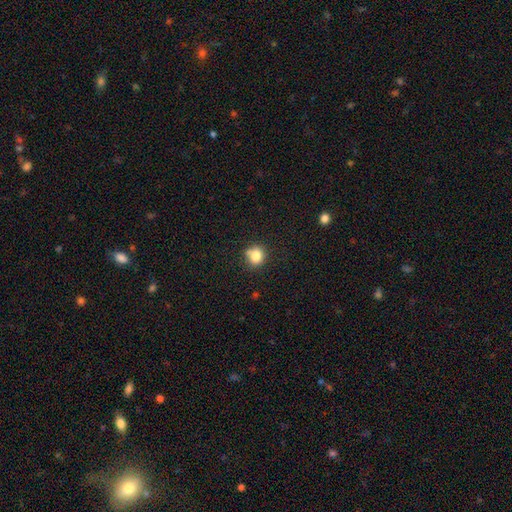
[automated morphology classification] This appears to be a smooth galaxy with no disk features (81%) that is round (84%). Merging: none (73%).